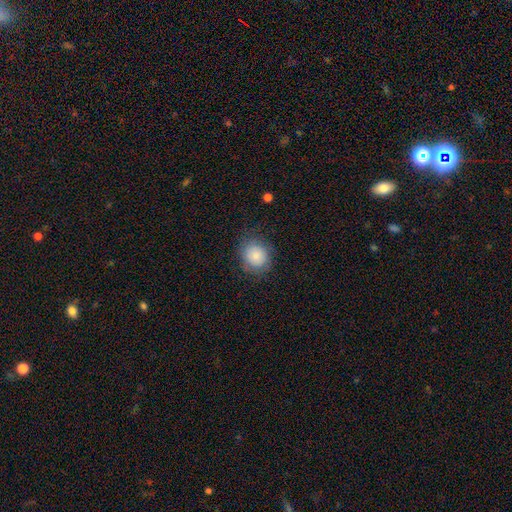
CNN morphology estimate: A smooth galaxy with no disk features (82%) that is round (72%). Merging: none (77%).